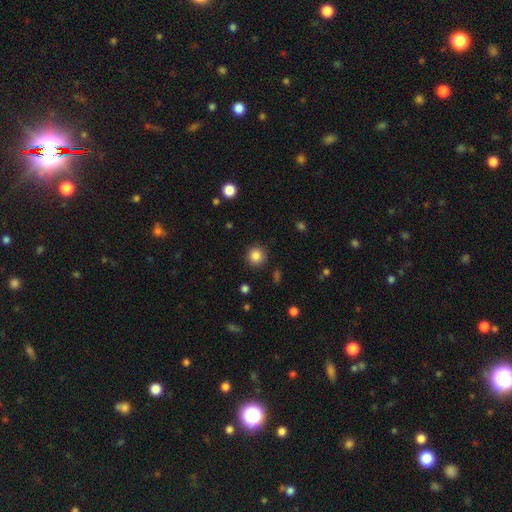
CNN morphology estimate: Q: Smooth or featured?
A: smooth (86%); runner-up: star or artifact (10%)
Q: How rounded?
A: round (93%); runner-up: in between (6%)
Q: Merging?
A: none (90%); runner-up: minor disturbance (6%)